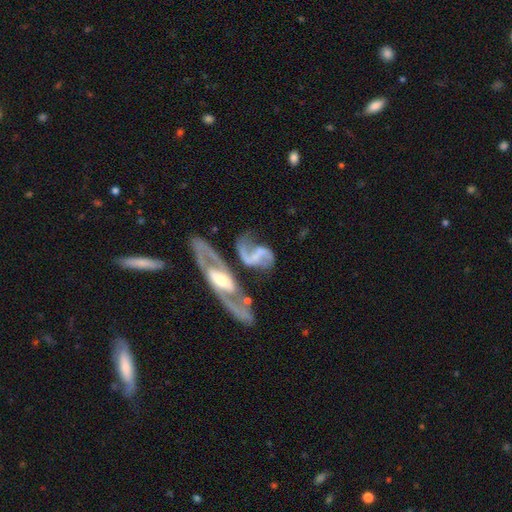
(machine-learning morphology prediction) featured or disk 82%, smooth 12%, star or artifact 6%. Down the decision tree: edge-on disk — no (94%); bar — weak (37%); spiral arms — yes (91%); spiral arm count — 2 (89%); spiral winding — loose (54%); bulge size — small (41%); merging — none (39%).